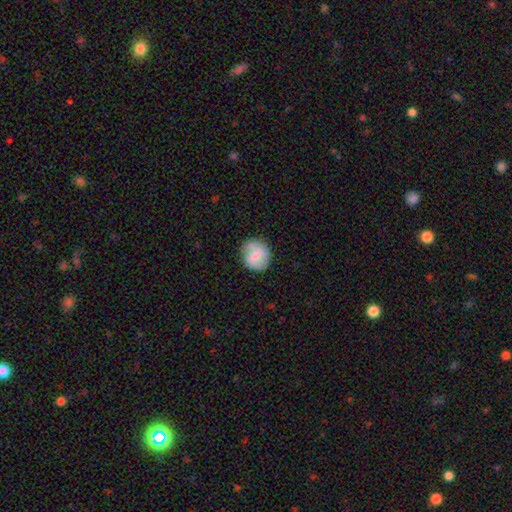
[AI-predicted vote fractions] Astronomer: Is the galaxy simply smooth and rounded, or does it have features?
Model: smooth — 48% (runner-up: featured or disk, 46%).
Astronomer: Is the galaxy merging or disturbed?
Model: none — 76%.